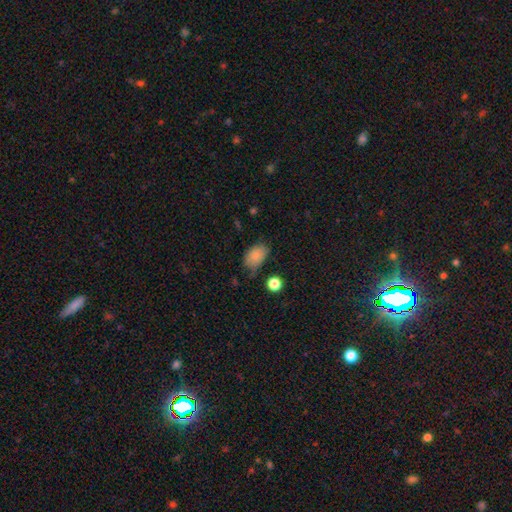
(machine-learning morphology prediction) Smooth or featured: smooth — 85% (star or artifact — 9%)
How rounded: in between — 86% (round — 13%)
Merging: none — 59% (minor disturbance — 30%)